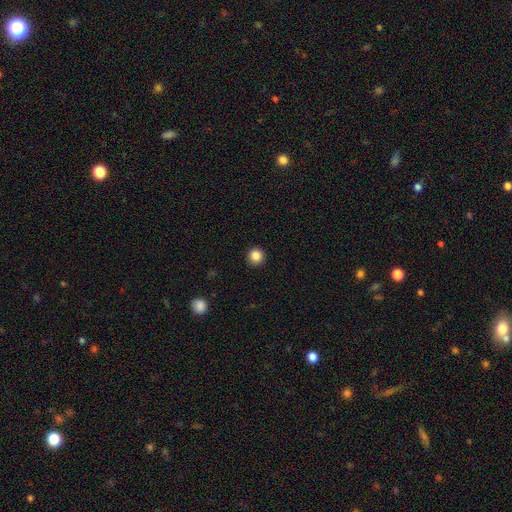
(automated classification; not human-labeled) This is clearly a smooth galaxy (86%). How rounded: clearly round (96%). Merging: clearly none (93%).